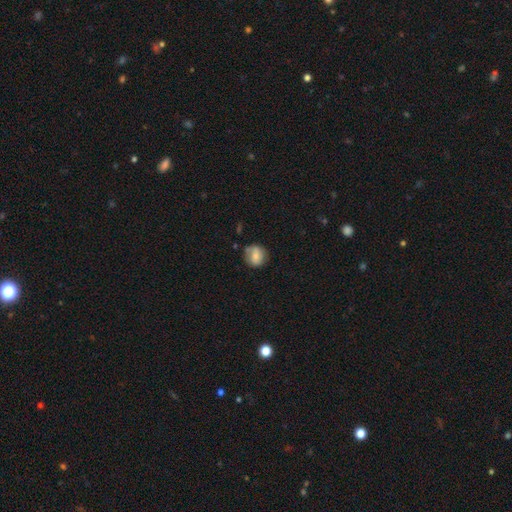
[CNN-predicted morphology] Smooth or featured? Predicted: smooth (p=0.73). How rounded? Predicted: round (p=0.80). Merging? Predicted: none (p=0.65).